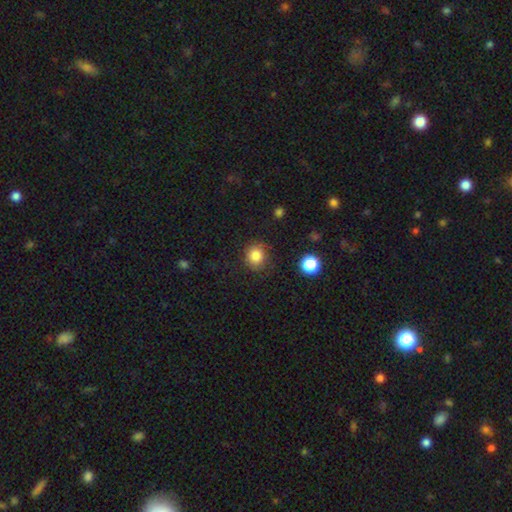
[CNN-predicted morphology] Q: Smooth or featured?
A: smooth (83%); runner-up: star or artifact (11%)
Q: How rounded?
A: round (79%); runner-up: in between (20%)
Q: Merging?
A: none (81%); runner-up: minor disturbance (13%)